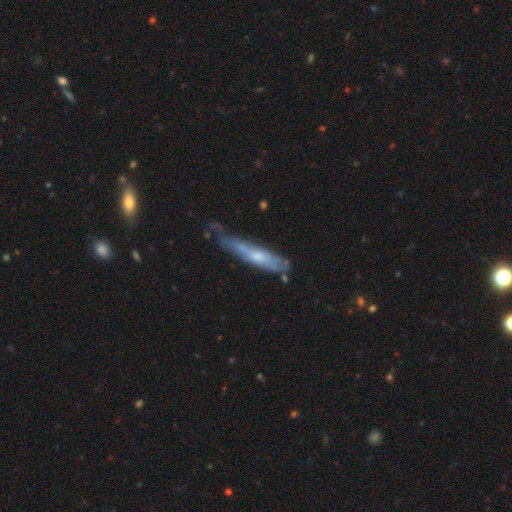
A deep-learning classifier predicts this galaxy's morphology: Smooth or featured? Predicted: featured or disk (p=0.56). Edge-on disk? Predicted: yes (p=0.58). Merging? Predicted: none (p=0.40).